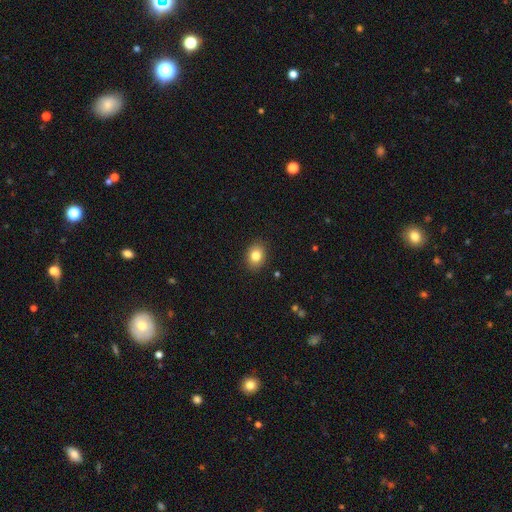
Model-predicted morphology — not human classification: smooth 83%, star or artifact 10%, featured or disk 8%. Down the decision tree: how rounded — in between (60%); merging — none (89%).